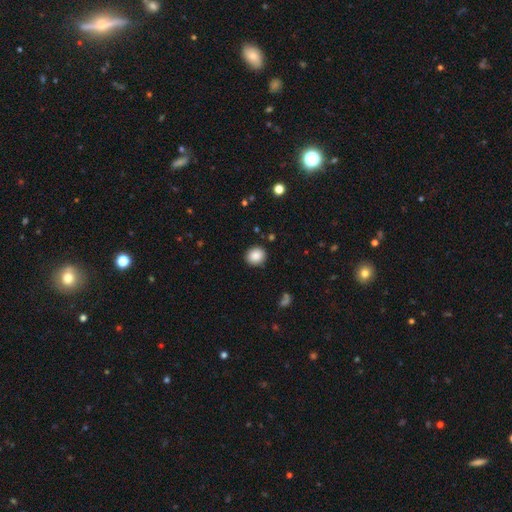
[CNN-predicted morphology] Smooth or featured: smooth — 88% (star or artifact — 8%)
How rounded: round — 78% (in between — 21%)
Merging: none — 89% (minor disturbance — 7%)